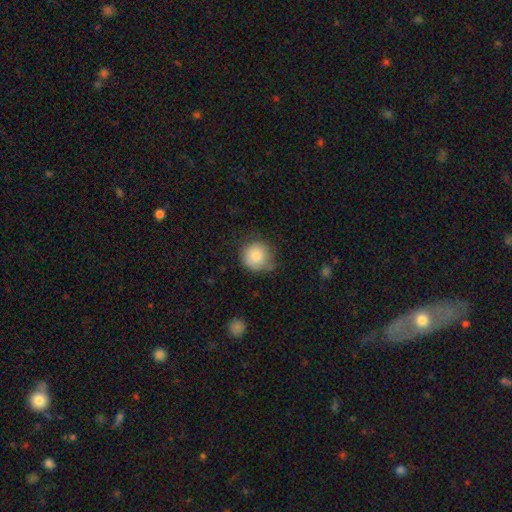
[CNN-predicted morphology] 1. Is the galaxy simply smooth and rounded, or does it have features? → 83% smooth, 9% featured or disk, 8% star or artifact.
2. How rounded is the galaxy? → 92% round, 7% in between, 1% cigar-shaped.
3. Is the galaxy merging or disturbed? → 60% none, 30% minor disturbance, 8% major disturbance, 2% merger.